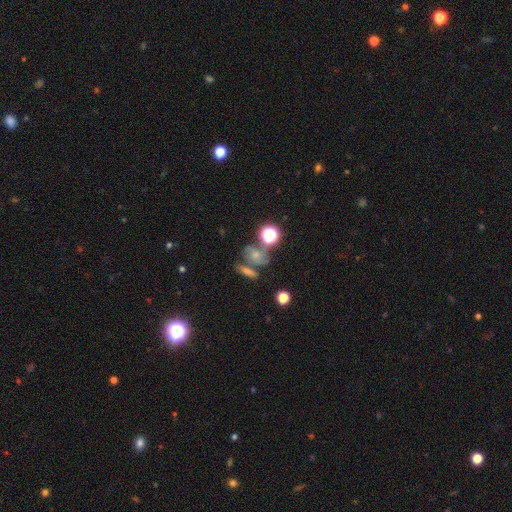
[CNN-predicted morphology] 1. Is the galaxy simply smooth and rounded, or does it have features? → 34% featured or disk (tied), 34% star or artifact (tied), 32% smooth.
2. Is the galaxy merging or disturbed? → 53% none, 25% merger, 13% minor disturbance, 9% major disturbance.